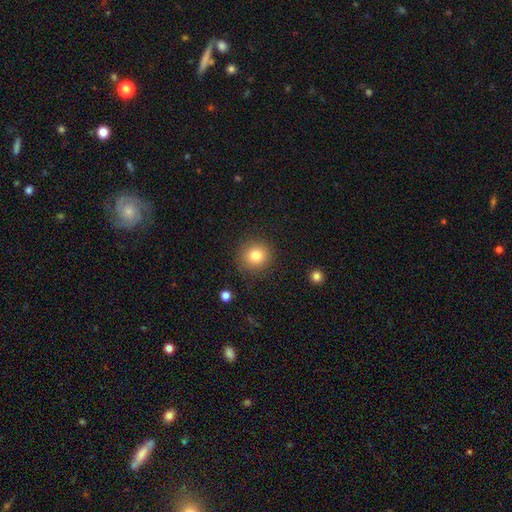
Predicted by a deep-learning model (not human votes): smooth-or-featured: smooth: 81% | star or artifact: 11% | featured or disk: 8%
  how-rounded: round: 91% | in between: 8% | cigar-shaped: 1%
  merging: none: 88% | minor disturbance: 8% | major disturbance: 3% | merger: 1%